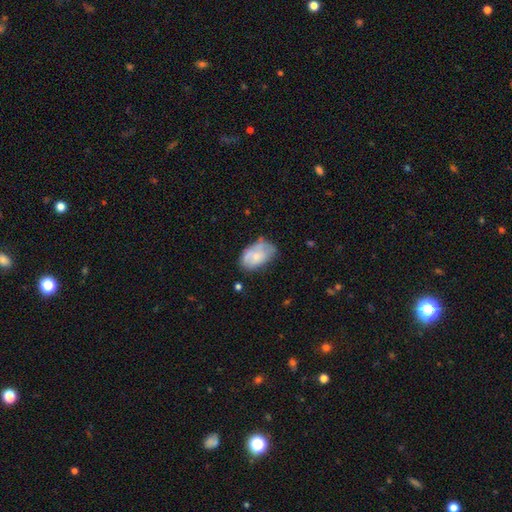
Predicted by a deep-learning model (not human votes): Q: Smooth or featured?
A: smooth (60%); runner-up: featured or disk (33%)
Q: How rounded?
A: in between (88%); runner-up: round (10%)
Q: Merging?
A: none (48%); runner-up: minor disturbance (33%)